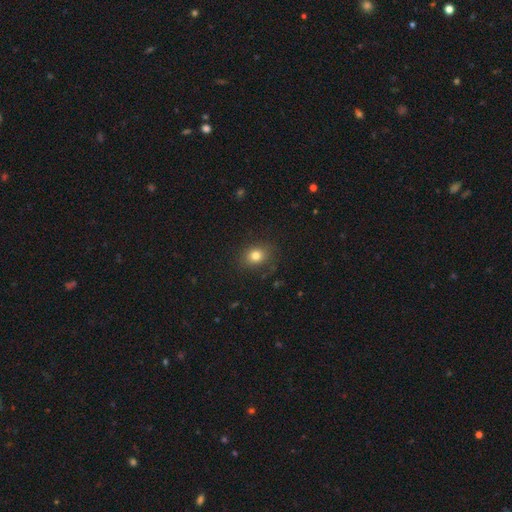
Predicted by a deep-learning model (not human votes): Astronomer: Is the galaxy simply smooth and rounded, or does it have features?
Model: smooth — 80%.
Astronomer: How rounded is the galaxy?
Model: round — 55% (runner-up: in between, 44%).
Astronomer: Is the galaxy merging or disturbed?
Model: none — 83%.